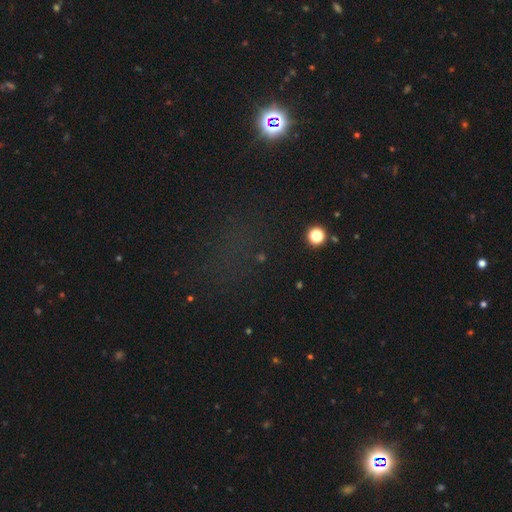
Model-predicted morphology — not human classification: Smooth or featured? Predicted: star or artifact (p=0.63).